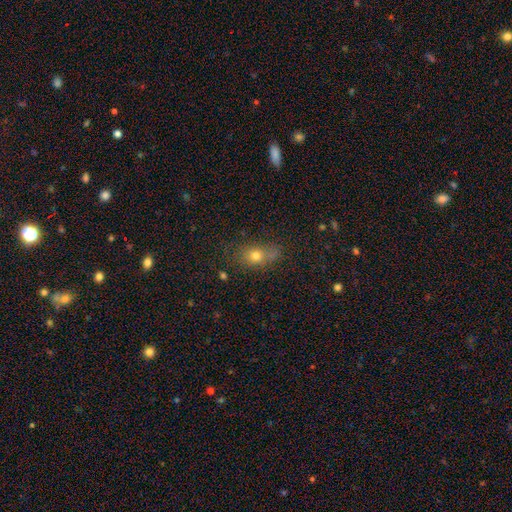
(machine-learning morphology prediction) type=smooth (73%); roundness=in between (52%); merging=none (60%).